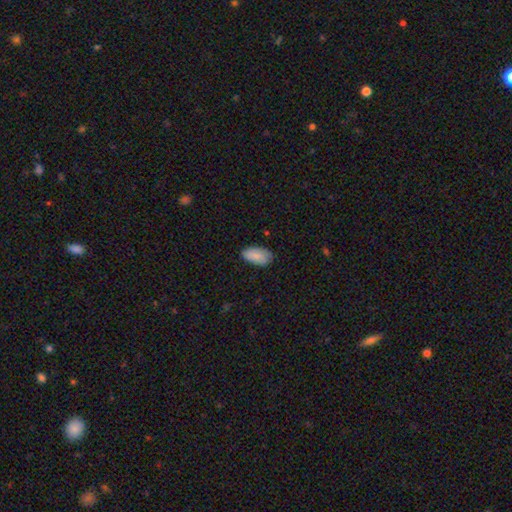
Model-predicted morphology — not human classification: Smooth or featured? smooth (81%)
How rounded? in between (94%)
Merging? none (75%)